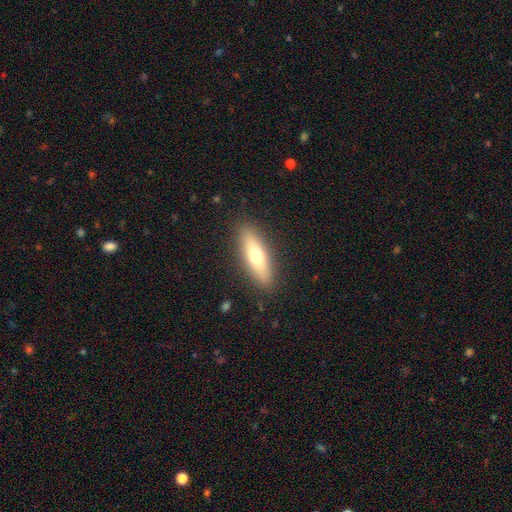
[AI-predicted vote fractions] Morphology: type=smooth (62%); roundness=cigar-shaped (60%); merging=none (89%).